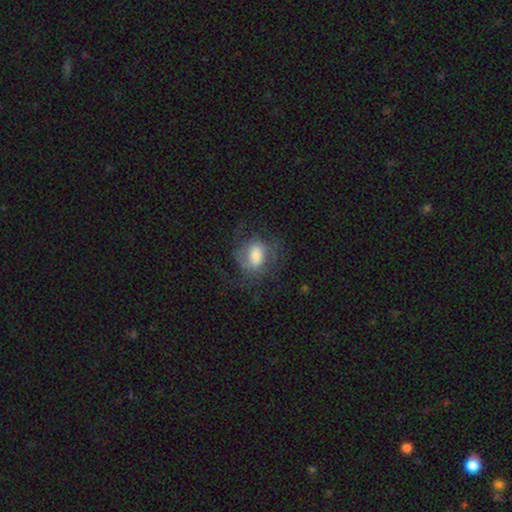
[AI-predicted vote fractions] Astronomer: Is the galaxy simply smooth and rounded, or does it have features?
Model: smooth — 46% (runner-up: featured or disk, 45%).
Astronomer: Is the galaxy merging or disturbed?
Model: none — 53%.